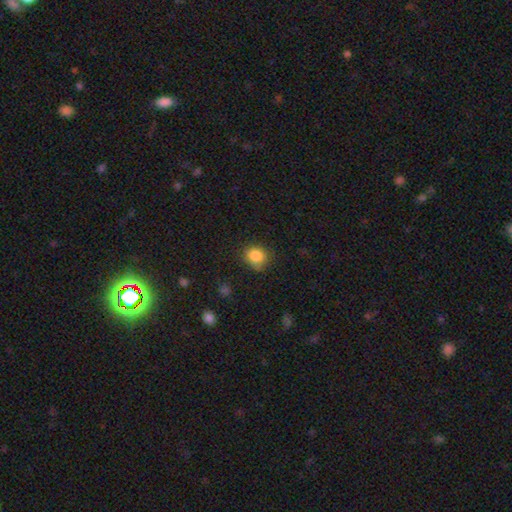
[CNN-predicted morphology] Smooth or featured? smooth (85%)
How rounded? round (70%)
Merging? none (72%)